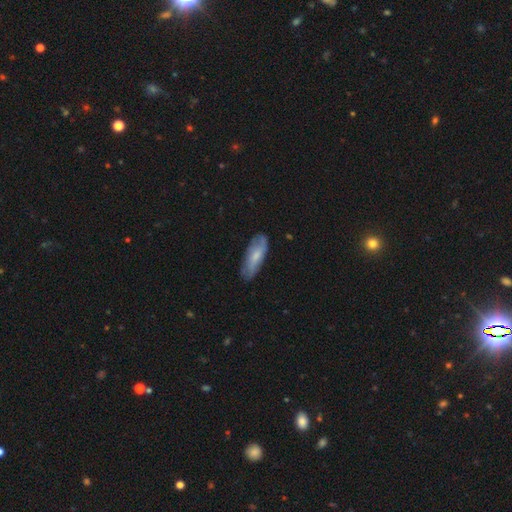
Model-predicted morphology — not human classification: Smooth or featured? smooth (61%)
How rounded? in between (62%)
Merging? none (74%)